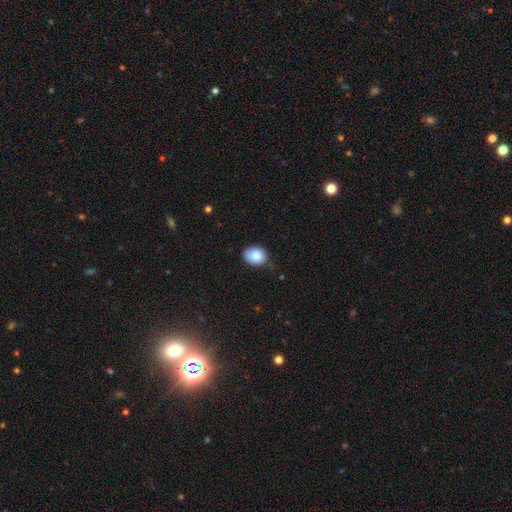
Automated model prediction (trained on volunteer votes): Q: Smooth or featured?
A: smooth (84%); runner-up: featured or disk (8%)
Q: How rounded?
A: in between (58%); runner-up: round (41%)
Q: Merging?
A: none (59%); runner-up: minor disturbance (34%)